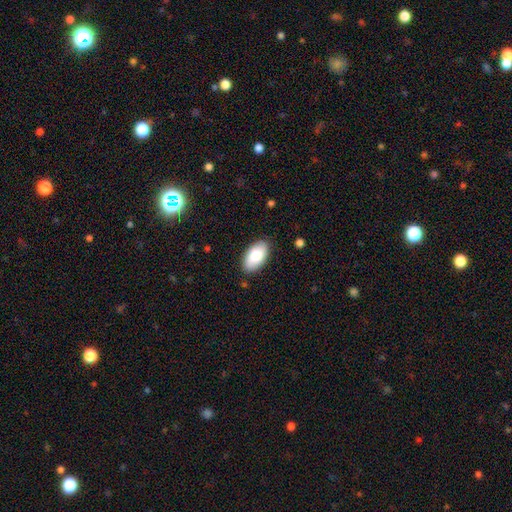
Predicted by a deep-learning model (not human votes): The model was most divided on "smooth or featured": smooth: 83%, featured or disk: 11%, star or artifact: 6%. More confident: how rounded — in between (95%); merging — none (86%).